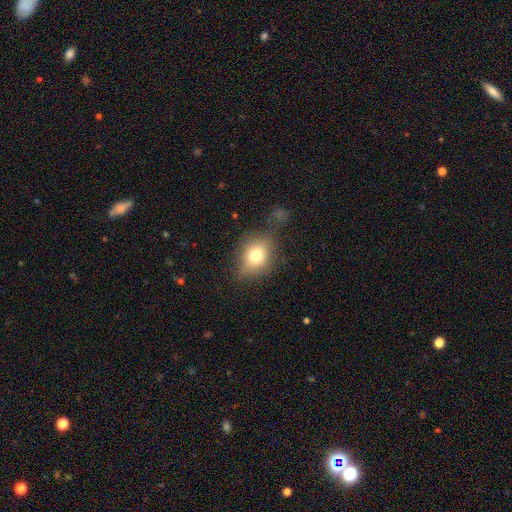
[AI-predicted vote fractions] This appears to be a smooth galaxy with no disk features (73%) that is in between round and cigar-shaped (51%). Merging: none (64%).